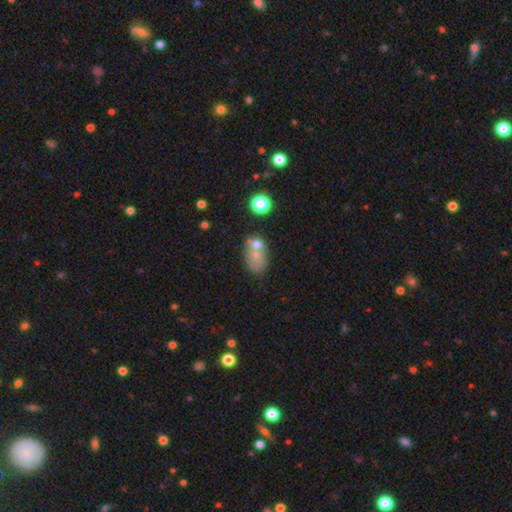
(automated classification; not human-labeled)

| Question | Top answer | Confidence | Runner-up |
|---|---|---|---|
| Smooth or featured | smooth | 60% | featured or disk (28%) |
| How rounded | in between | 74% | round (24%) |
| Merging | merger | 44% | none (36%) |